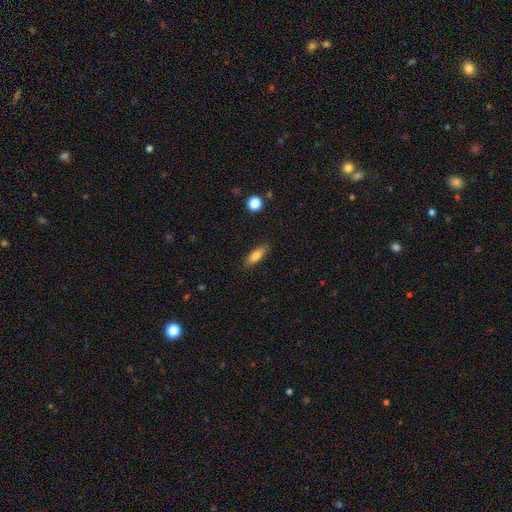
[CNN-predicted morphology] Smooth or featured?
  - smooth: 78% *
  - featured or disk: 15%
  - star or artifact: 7%
How rounded?
  - in between: 59% *
  - cigar-shaped: 39%
  - round: 3%
Merging?
  - none: 85% *
  - minor disturbance: 11%
  - major disturbance: 2%
  - merger: 1%